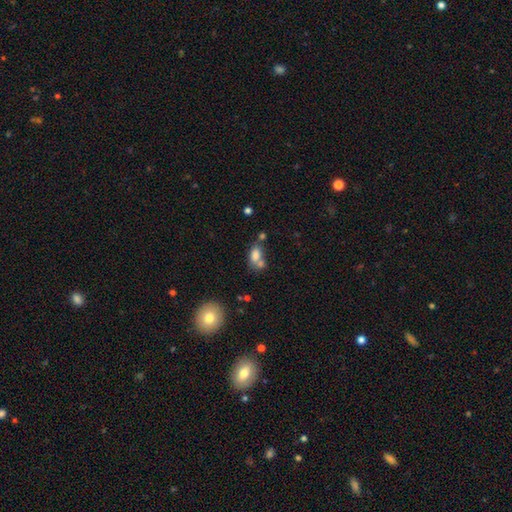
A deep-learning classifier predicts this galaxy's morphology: A smooth galaxy with no disk features (77%) that is in between round and cigar-shaped (84%). Merging: merger (45%).